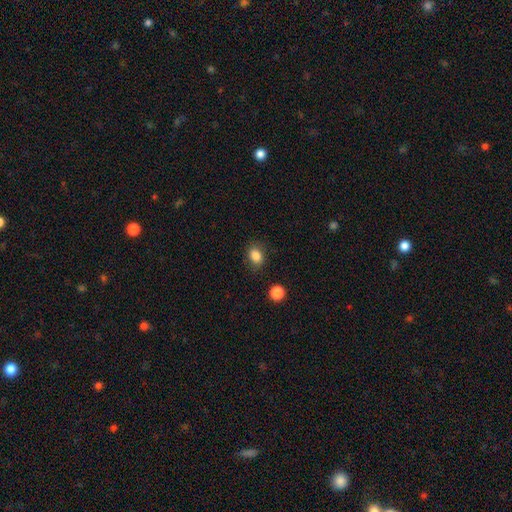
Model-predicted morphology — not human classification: This is clearly a smooth galaxy (85%). How rounded: possibly in between (59%). Merging: likely none (80%).